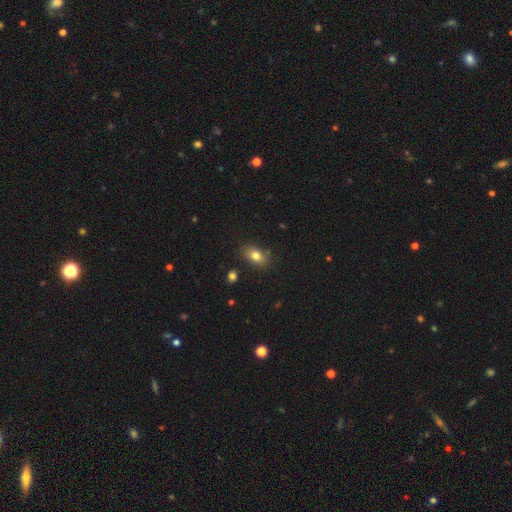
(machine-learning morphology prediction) The model was most divided on "how rounded": in between: 81%, round: 17%, cigar-shaped: 2%. More confident: merging — none (82%); smooth or featured — smooth (79%).